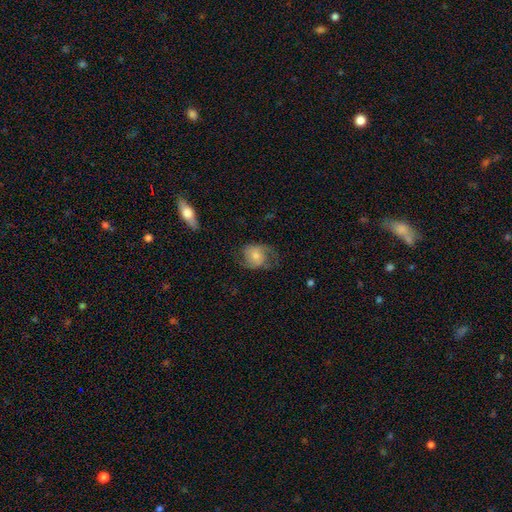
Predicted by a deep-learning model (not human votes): A featured or disk galaxy (52%) with no bar (68%), spiral arms (84%) and a moderate central bulge (47%).

Vote fractions:
- Smooth or featured? featured or disk: 52% / smooth: 40% / star or artifact: 8%
- Edge-on disk? no: 97% / yes: 3%
- Bar? no: 68% / weak: 26% / strong: 6%
- Spiral arms? yes: 84% / no: 16%
- Bulge size? moderate: 47% / small: 38% / large: 9% / none: 4% / dominant: 2%
- Merging? none: 57% / minor disturbance: 23% / major disturbance: 18% / merger: 2%